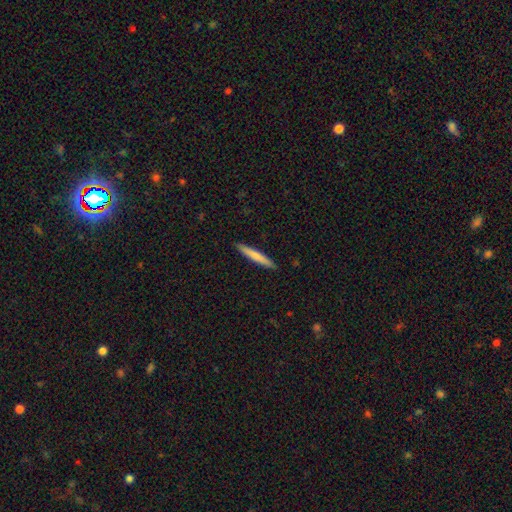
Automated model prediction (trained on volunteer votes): smooth_or_featured: smooth (p=0.72) [alt: featured or disk p=0.23]
how_rounded: cigar-shaped (p=0.95) [alt: in between p=0.04]
merging: none (p=0.91) [alt: minor disturbance p=0.06]